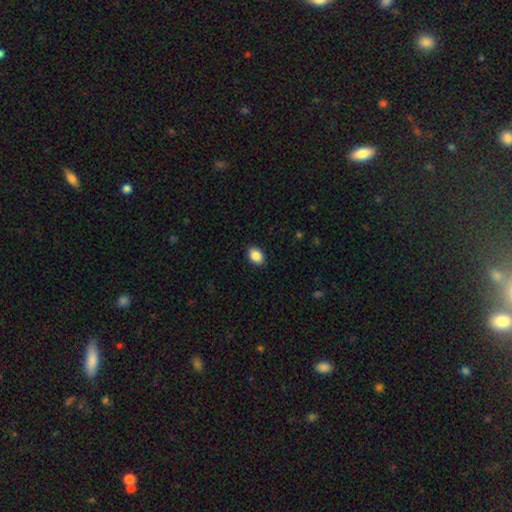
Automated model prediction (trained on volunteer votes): Smooth or featured: smooth — 89% (star or artifact — 8%)
How rounded: in between — 79% (round — 19%)
Merging: none — 89% (minor disturbance — 8%)